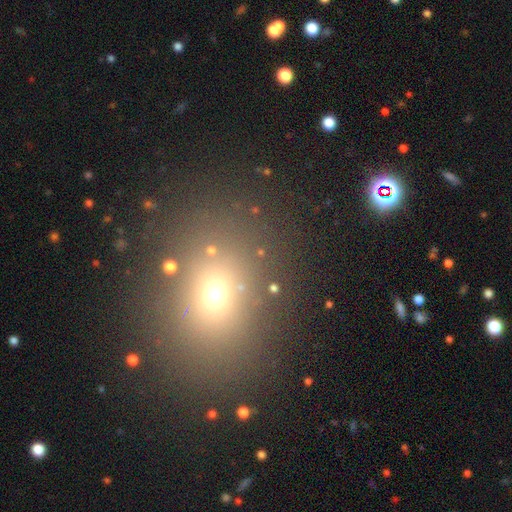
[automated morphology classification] A smooth galaxy with no disk features (59%) that is round (56%). Merging: none (83%).